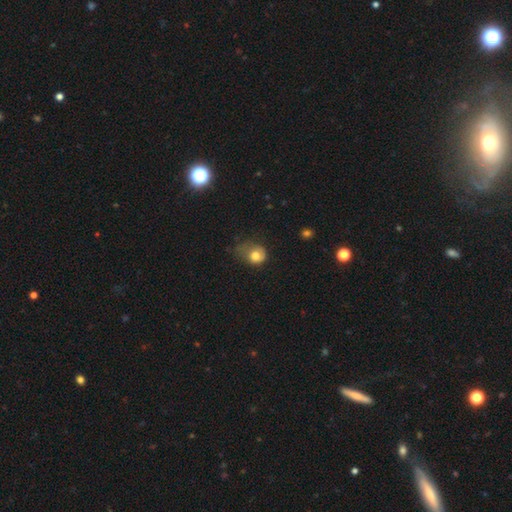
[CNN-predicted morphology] Q: Smooth or featured?
A: smooth (74%); runner-up: featured or disk (17%)
Q: How rounded?
A: round (59%); runner-up: in between (40%)
Q: Merging?
A: major disturbance (37%); runner-up: minor disturbance (35%)